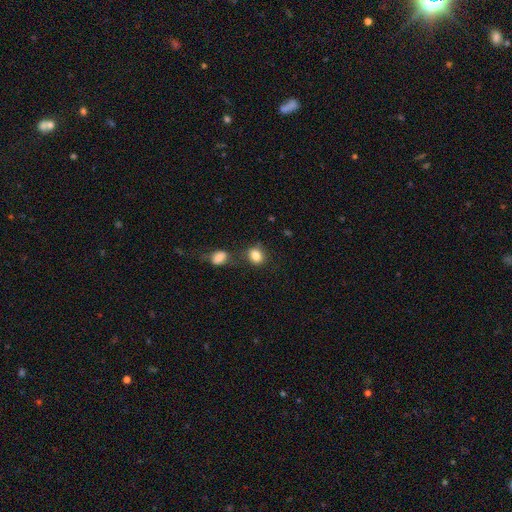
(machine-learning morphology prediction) Overall: smooth (84%). How rounded: round (56%; in between 43%). Merging: none (65%).